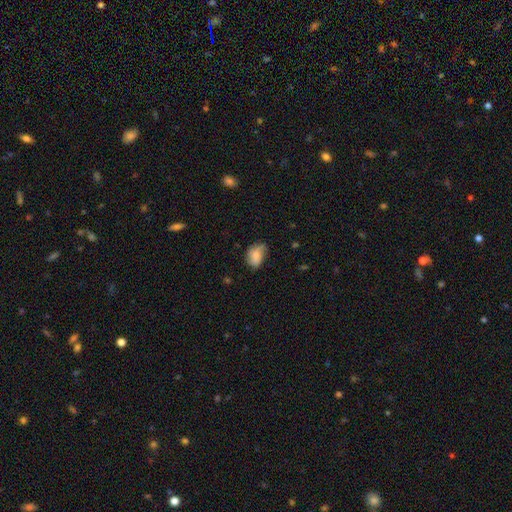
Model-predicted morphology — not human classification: Smooth or featured?
  - smooth: 65% *
  - featured or disk: 27%
  - star or artifact: 9%
How rounded?
  - in between: 80% *
  - round: 18%
  - cigar-shaped: 2%
Merging?
  - none: 49% *
  - minor disturbance: 34%
  - major disturbance: 15%
  - merger: 2%